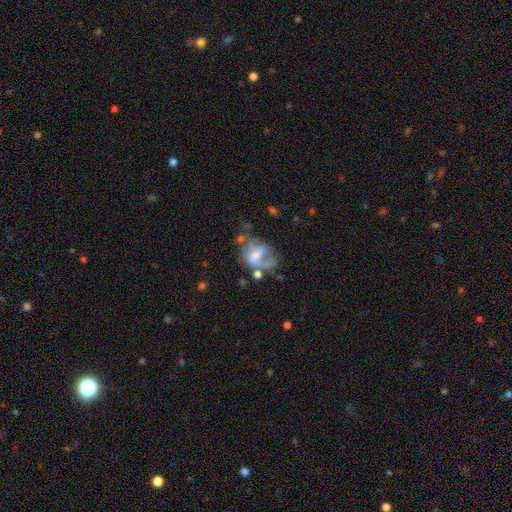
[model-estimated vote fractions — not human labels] Smooth or featured?
  - featured or disk: 57% *
  - smooth: 33%
  - star or artifact: 11%
Edge-on disk?
  - no: 96% *
  - yes: 4%
Bar?
  - weak: 38% *
  - no: 36%
  - strong: 26%
Spiral arms?
  - no: 54% *
  - yes: 46%
Bulge size?
  - moderate: 34% *
  - none: 27%
  - small: 26%
  - large: 11%
  - dominant: 2%
Merging?
  - major disturbance: 36% *
  - none: 29%
  - minor disturbance: 20%
  - merger: 15%